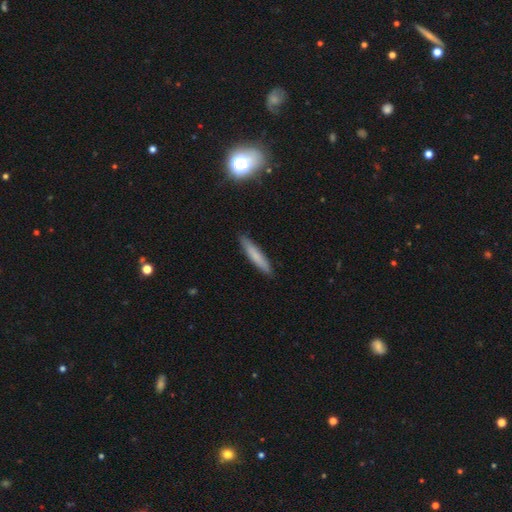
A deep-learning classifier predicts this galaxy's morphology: A smooth galaxy with no disk features (75%) that is cigar-shaped (91%).

Vote fractions:
- Smooth or featured? smooth: 75% / featured or disk: 18% / star or artifact: 7%
- How rounded? cigar-shaped: 91% / in between: 8% / round: 1%
- Merging? none: 90% / minor disturbance: 7% / major disturbance: 2% / merger: 1%